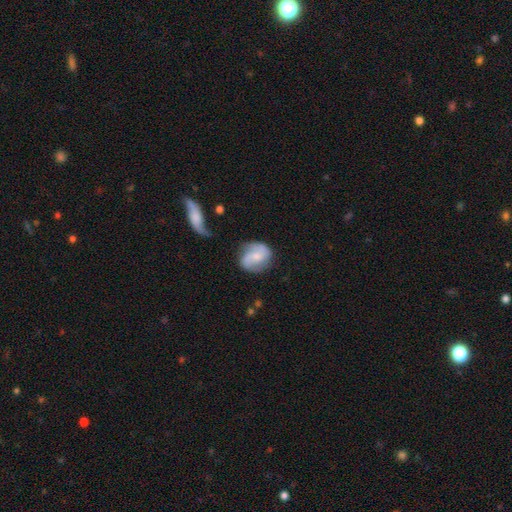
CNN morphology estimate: smooth-or-featured: featured or disk: 67% | smooth: 26% | star or artifact: 6%
  disk-edge-on: no: 97% | yes: 3%
    bar: no: 50% | weak: 40% | strong: 11%
    has-spiral-arms: yes: 92% | no: 8%
      spiral-winding: medium: 45% | loose: 34% | tight: 21%
      spiral-arm-count: 2: 84% | can't tell: 7% | 3: 4% | 1: 3% | 4: 1% | more than 4: 1%
    bulge-size: small: 47% | moderate: 37% | none: 11% | large: 3% | dominant: 1%
  merging: none: 65% | minor disturbance: 22% | major disturbance: 9% | merger: 4%